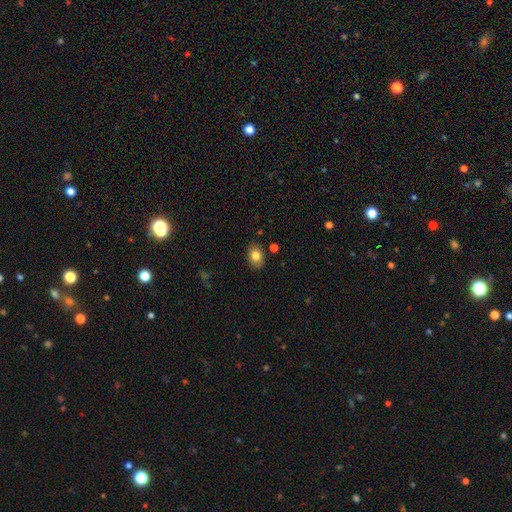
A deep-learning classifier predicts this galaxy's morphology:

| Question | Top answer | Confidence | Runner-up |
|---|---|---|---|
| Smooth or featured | smooth | 82% | star or artifact (9%) |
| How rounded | in between | 71% | round (28%) |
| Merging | none | 85% | minor disturbance (10%) |